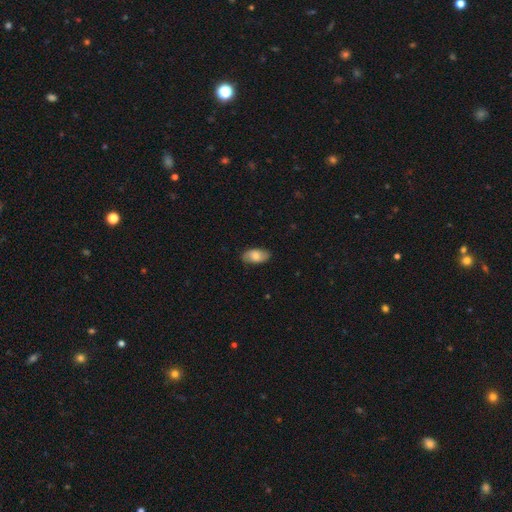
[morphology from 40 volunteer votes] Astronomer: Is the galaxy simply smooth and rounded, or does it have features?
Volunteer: smooth — 88%.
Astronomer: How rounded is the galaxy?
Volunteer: in between — 100%.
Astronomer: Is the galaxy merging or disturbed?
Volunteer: none — 95%.